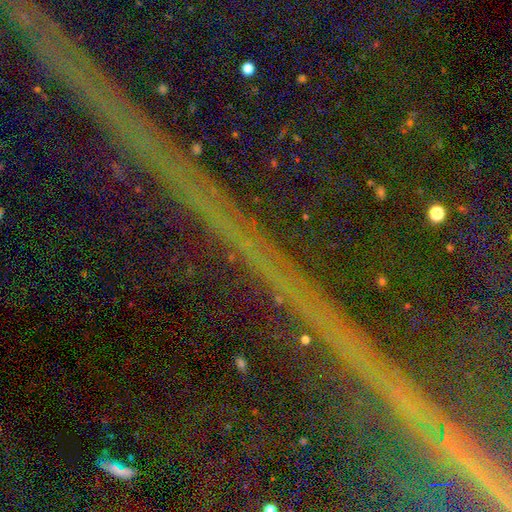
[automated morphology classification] The model was most divided on "smooth or featured": star or artifact: 87%, featured or disk: 8%, smooth: 6%.